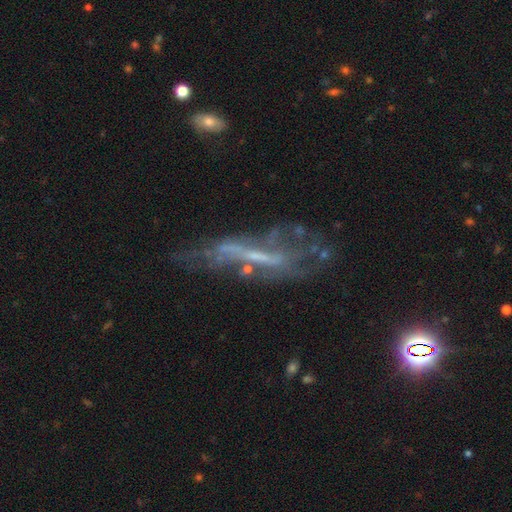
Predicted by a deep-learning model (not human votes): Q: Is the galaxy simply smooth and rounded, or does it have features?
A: featured or disk — 68%.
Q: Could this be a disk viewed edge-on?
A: no — 67%.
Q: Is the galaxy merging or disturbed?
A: none — 45%.